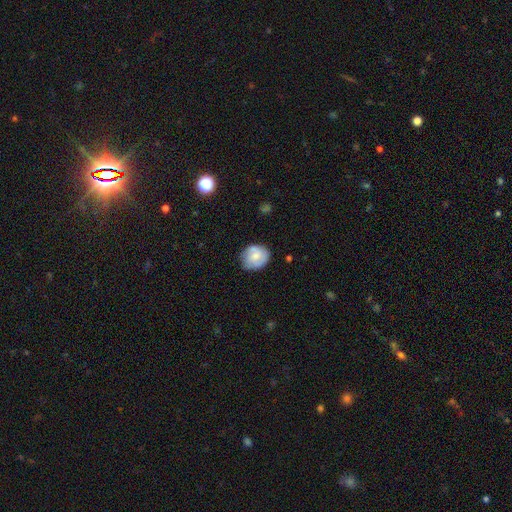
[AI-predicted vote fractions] Q: Smooth or featured?
A: smooth (63%); runner-up: featured or disk (30%)
Q: How rounded?
A: round (67%); runner-up: in between (32%)
Q: Merging?
A: none (68%); runner-up: minor disturbance (25%)